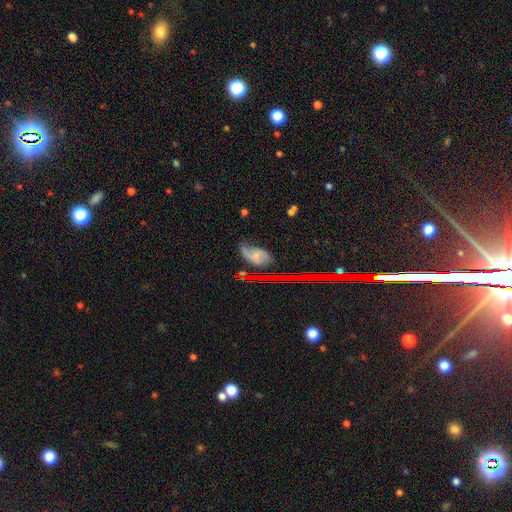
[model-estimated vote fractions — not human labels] This is likely a featured or disk galaxy (60%). It is clearly not viewed edge-on (95%). Bar: possibly no (60%). Spiral arm pattern: clearly yes (89%). Spiral arm count: likely 2 (74%). Spiral winding: possibly loose (51%). Central bulge: likely small (61%). Merging: possibly none (50%).